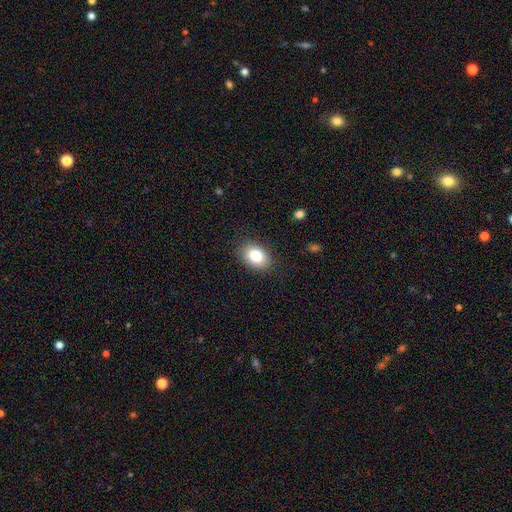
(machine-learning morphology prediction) A smooth galaxy with no disk features (81%) that is in between round and cigar-shaped (75%).

Vote fractions:
- Smooth or featured? smooth: 81% / featured or disk: 10% / star or artifact: 9%
- How rounded? in between: 75% / round: 24% / cigar-shaped: 1%
- Merging? none: 85% / minor disturbance: 11% / major disturbance: 3% / merger: 1%